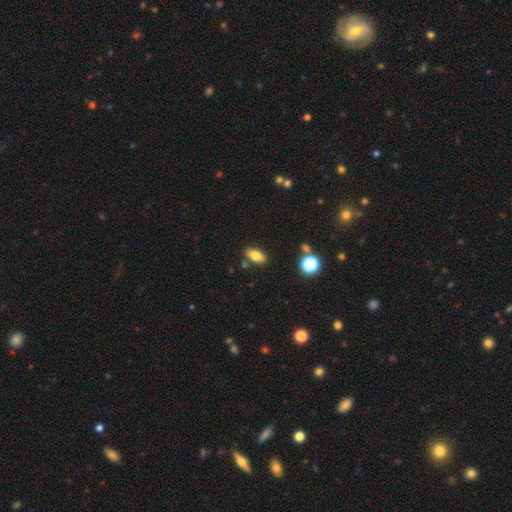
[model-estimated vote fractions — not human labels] Smooth or featured? smooth (77%)
How rounded? in between (87%)
Merging? none (81%)